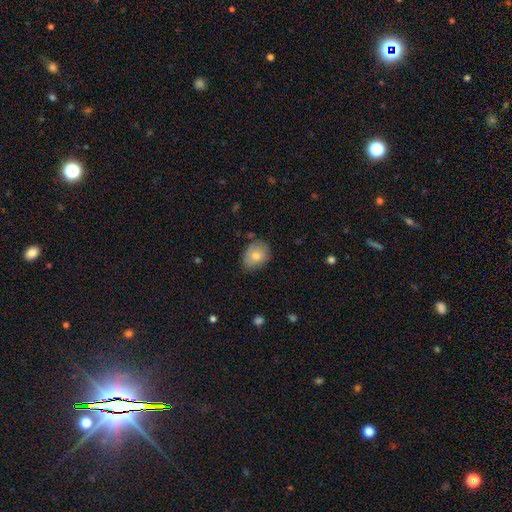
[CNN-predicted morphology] smooth 74%, featured or disk 18%, star or artifact 9%. Down the decision tree: how rounded — in between (54%); merging — none (74%).